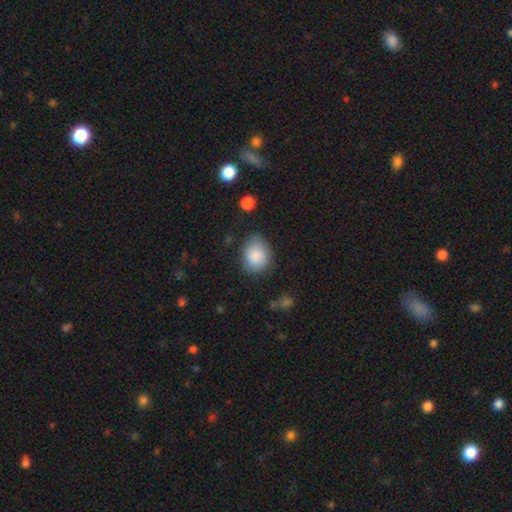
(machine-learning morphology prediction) A smooth galaxy with no disk features (86%) that is round (50%). Merging: none (71%).